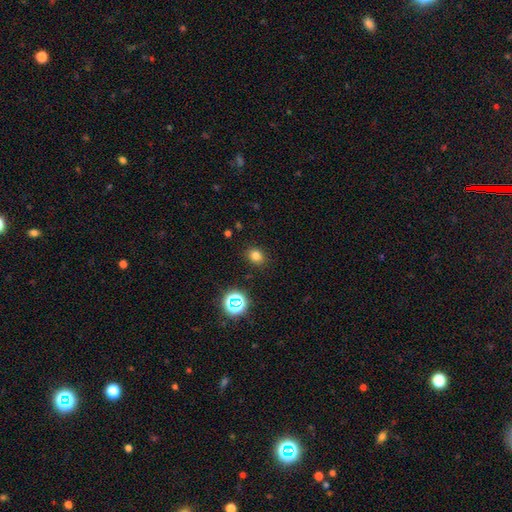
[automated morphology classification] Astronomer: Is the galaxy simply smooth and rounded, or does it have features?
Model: smooth — 77%.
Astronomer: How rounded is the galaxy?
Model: round — 62% (runner-up: in between, 37%).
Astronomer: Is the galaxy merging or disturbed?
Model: none — 88%.